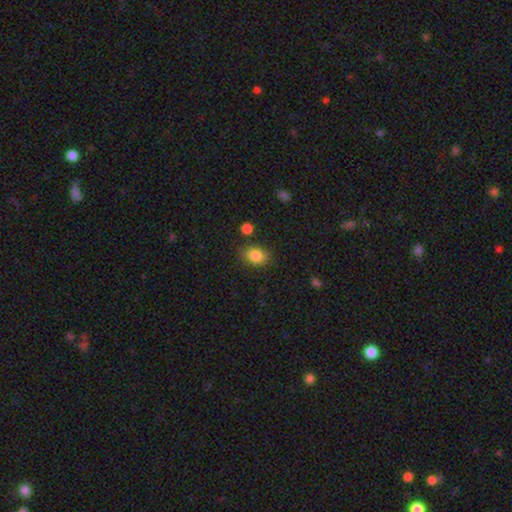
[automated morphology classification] This is clearly a smooth galaxy (84%). How rounded: likely in between (69%). Merging: likely none (80%).